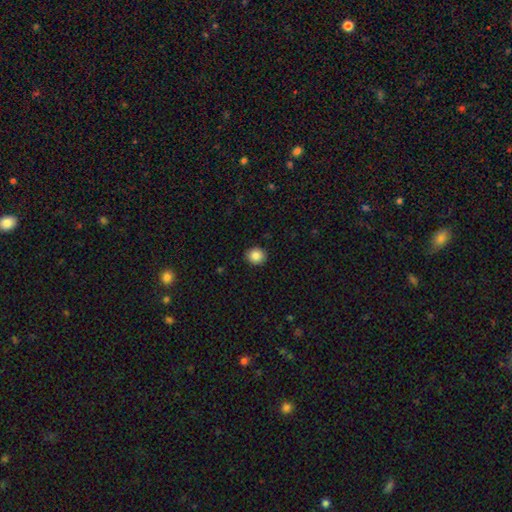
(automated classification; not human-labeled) Overall: smooth (86%). How rounded: round (83%). Merging: none (91%).